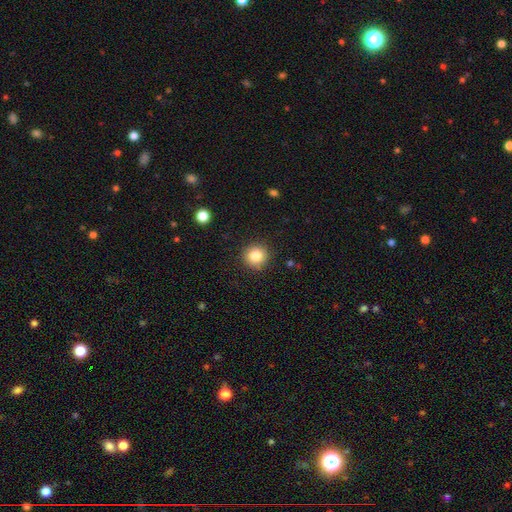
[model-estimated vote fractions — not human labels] A smooth galaxy with no disk features (84%) that is round (94%). Merging: none (90%).